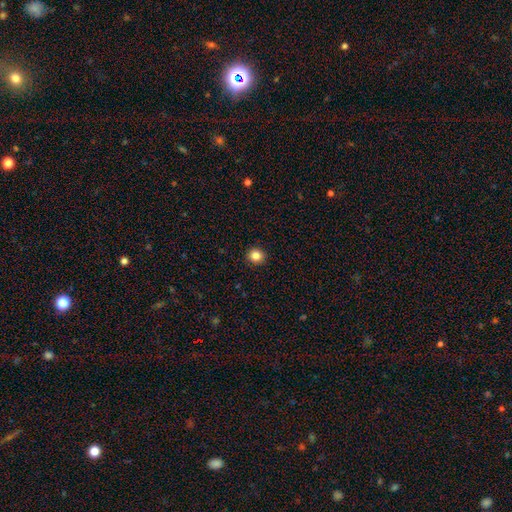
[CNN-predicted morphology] Smooth or featured? Predicted: smooth (p=0.85). How rounded? Predicted: round (p=0.90). Merging? Predicted: none (p=0.93).